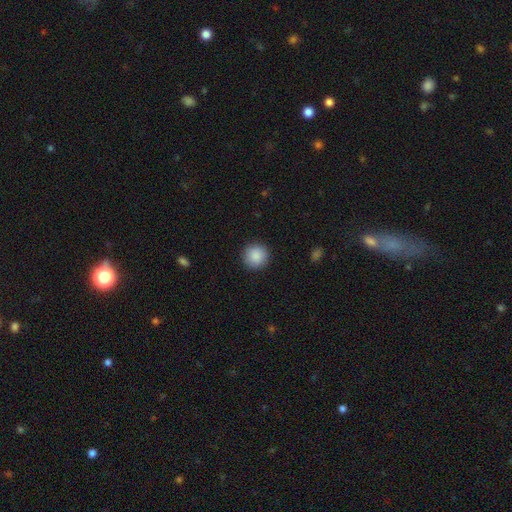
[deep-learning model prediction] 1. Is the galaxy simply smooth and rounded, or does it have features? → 89% smooth, 8% star or artifact, 3% featured or disk.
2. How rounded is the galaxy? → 95% round, 4% in between, 1% cigar-shaped.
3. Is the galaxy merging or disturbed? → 92% none, 5% minor disturbance, 2% major disturbance, 1% merger.